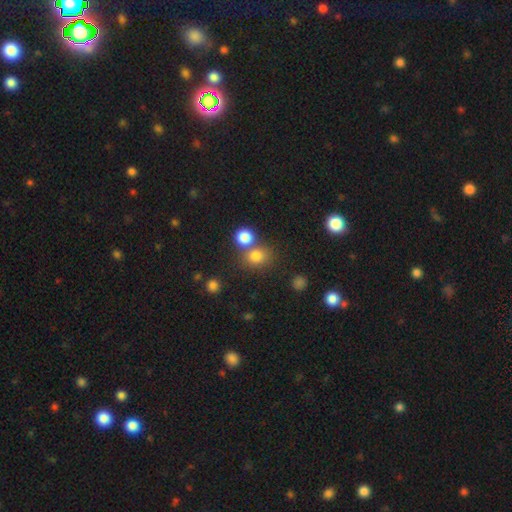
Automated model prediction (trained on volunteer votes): Morphology: type=smooth (78%); roundness=round (78%); merging=none (55%).